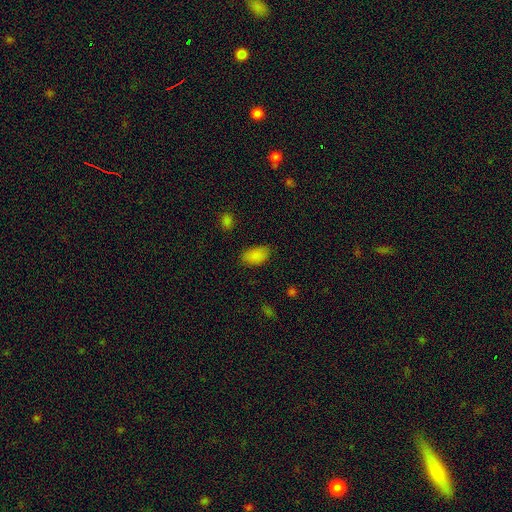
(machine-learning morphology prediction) Smooth or featured? Predicted: smooth (p=0.86). How rounded? Predicted: in between (p=0.93). Merging? Predicted: none (p=0.83).